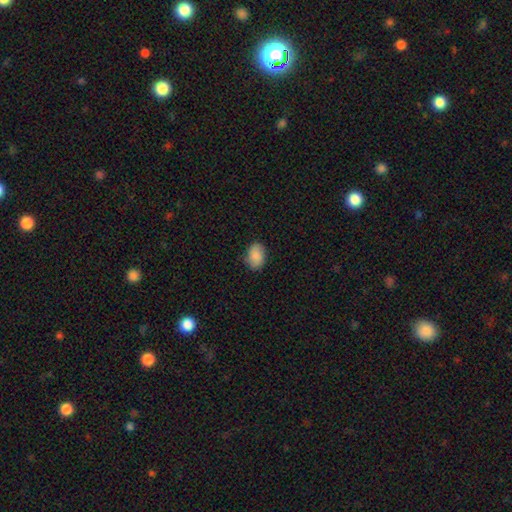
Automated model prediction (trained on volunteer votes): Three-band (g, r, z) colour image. It shows a smooth galaxy with no disk features (85%) that is in between round and cigar-shaped (80%). Merging: none (83%).